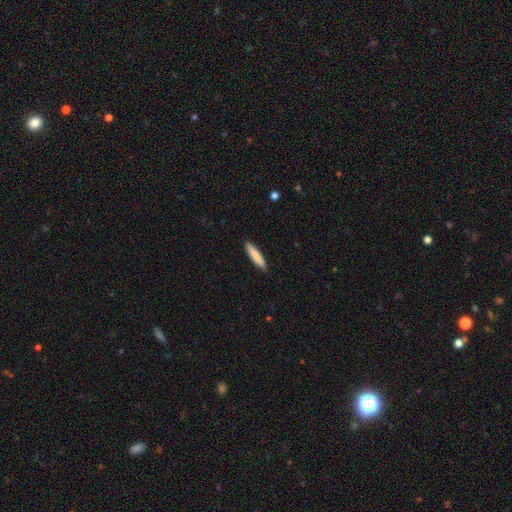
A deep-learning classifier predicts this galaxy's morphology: A smooth galaxy with no disk features (84%) that is cigar-shaped (88%). Merging: none (91%).